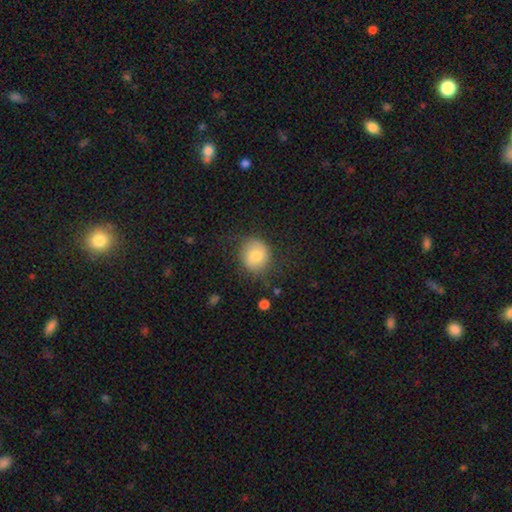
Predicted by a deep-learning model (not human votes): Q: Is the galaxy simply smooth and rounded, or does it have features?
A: smooth — 72%.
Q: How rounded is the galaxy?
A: round — 77%.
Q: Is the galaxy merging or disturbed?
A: none — 74%.